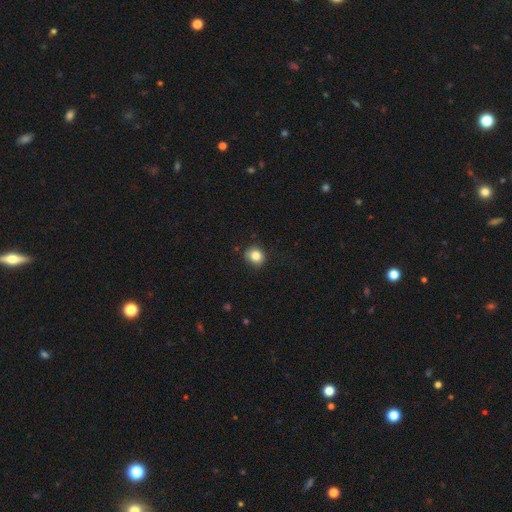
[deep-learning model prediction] smooth 83%, star or artifact 11%, featured or disk 7%. Down the decision tree: how rounded — round (80%); merging — none (82%).